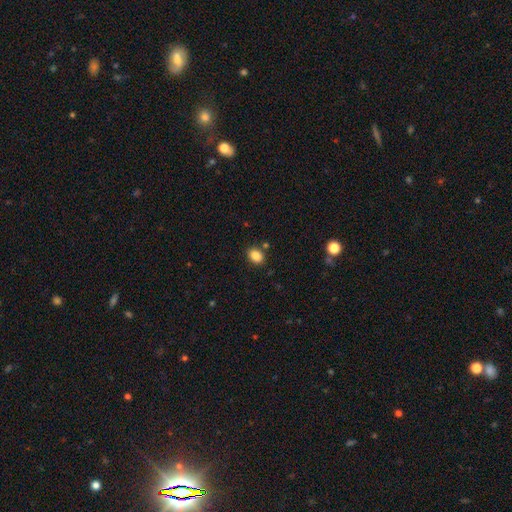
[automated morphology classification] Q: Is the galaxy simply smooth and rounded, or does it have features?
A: smooth — 86%.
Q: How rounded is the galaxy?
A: in between — 70%.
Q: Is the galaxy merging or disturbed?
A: none — 83%.